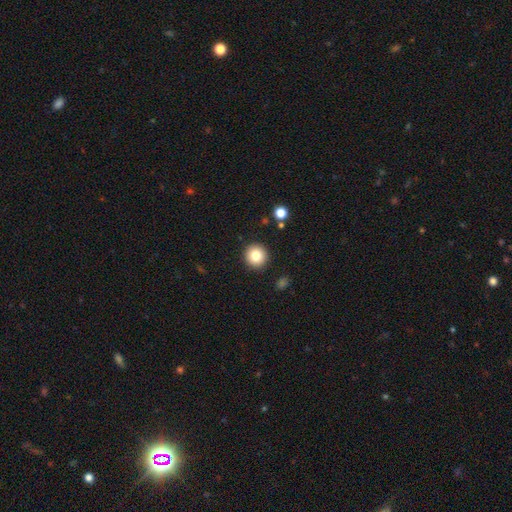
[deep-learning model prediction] smooth 81%, star or artifact 10%, featured or disk 9%. Down the decision tree: how rounded — round (95%); merging — none (92%).